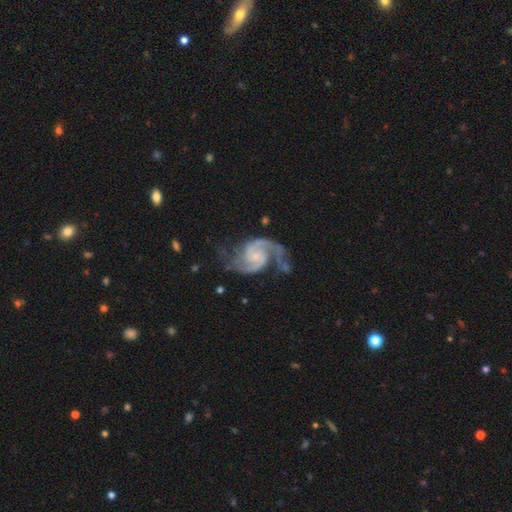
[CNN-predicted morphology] Smooth or featured? Predicted: featured or disk (p=0.93). Edge-on disk? Predicted: no (p=0.98). Bar? Predicted: no (p=0.59). Spiral arms? Predicted: yes (p=0.98). Spiral winding? Predicted: medium (p=0.58). Spiral arm count? Predicted: 2 (p=0.91). Bulge size? Predicted: small (p=0.70). Merging? Predicted: none (p=0.57).